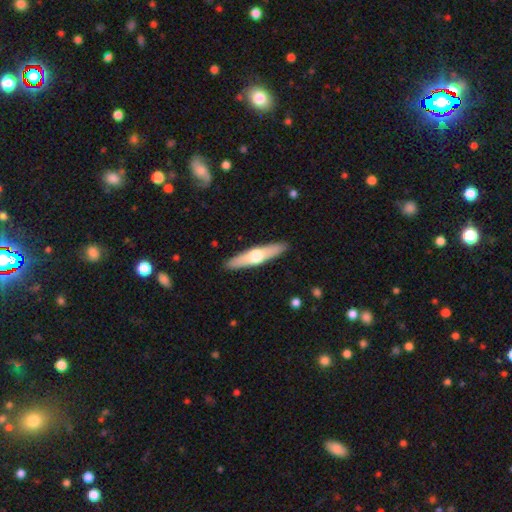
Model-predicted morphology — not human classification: Smooth or featured? Predicted: featured or disk (p=0.51). Edge-on disk? Predicted: yes (p=0.91). Merging? Predicted: none (p=0.90).